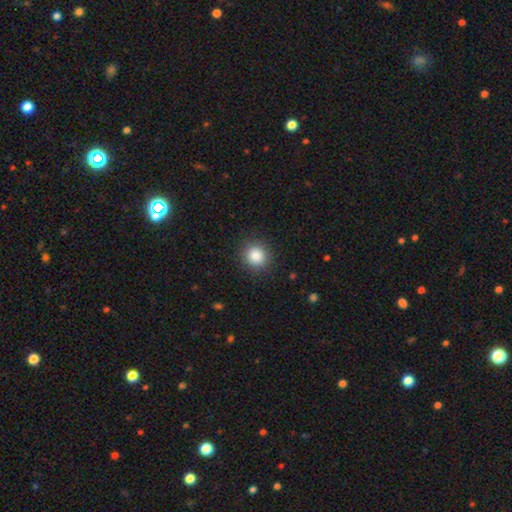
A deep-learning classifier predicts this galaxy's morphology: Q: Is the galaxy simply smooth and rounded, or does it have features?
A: smooth — 86%.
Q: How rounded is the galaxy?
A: round — 89%.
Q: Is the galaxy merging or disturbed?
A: none — 89%.